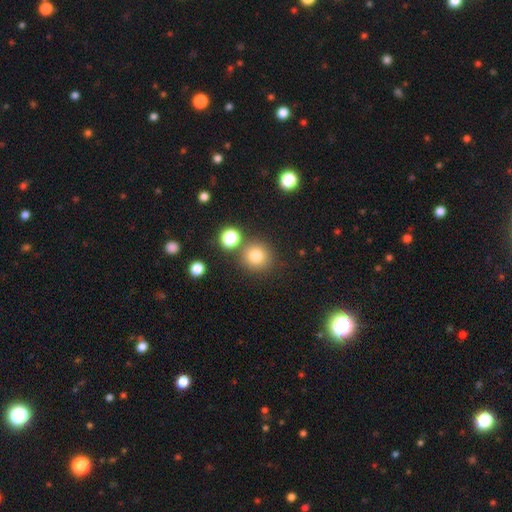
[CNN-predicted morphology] Smooth or featured?
  - smooth: 78% *
  - star or artifact: 14%
  - featured or disk: 7%
How rounded?
  - round: 92% *
  - in between: 7%
  - cigar-shaped: 1%
Merging?
  - none: 79% *
  - merger: 10%
  - minor disturbance: 8%
  - major disturbance: 3%